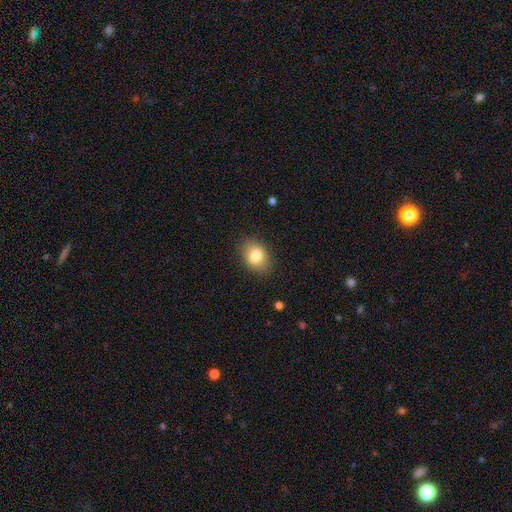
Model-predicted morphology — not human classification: smooth-or-featured: smooth: 82% | featured or disk: 9% | star or artifact: 9%
  how-rounded: in between: 70% | round: 29% | cigar-shaped: 1%
  merging: none: 84% | minor disturbance: 12% | major disturbance: 3% | merger: 1%